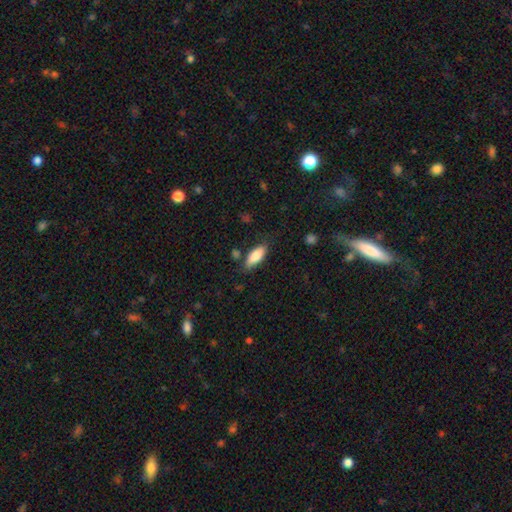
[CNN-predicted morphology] Smooth or featured: smooth — 80% (featured or disk — 13%)
How rounded: in between — 75% (cigar-shaped — 23%)
Merging: none — 76% (minor disturbance — 17%)